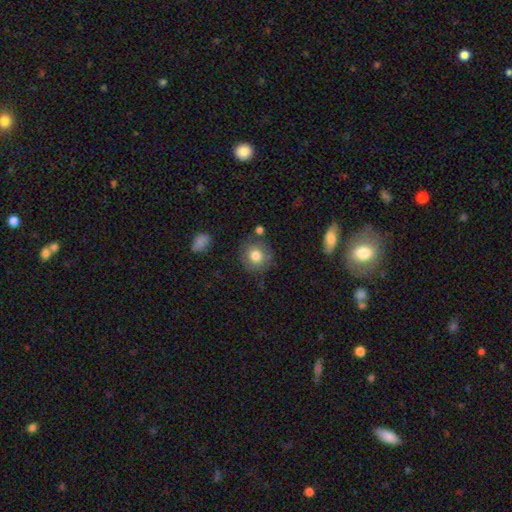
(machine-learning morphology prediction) Smooth or featured?
  - smooth: 77% *
  - featured or disk: 13%
  - star or artifact: 10%
How rounded?
  - round: 88% *
  - in between: 11%
  - cigar-shaped: 1%
Merging?
  - none: 78% *
  - minor disturbance: 14%
  - major disturbance: 4%
  - merger: 4%